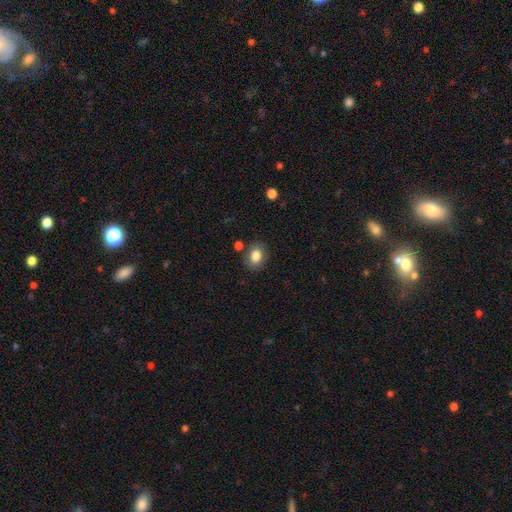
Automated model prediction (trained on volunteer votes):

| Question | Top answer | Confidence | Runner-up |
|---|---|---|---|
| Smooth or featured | smooth | 83% | featured or disk (9%) |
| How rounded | in between | 65% | round (34%) |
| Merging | none | 80% | minor disturbance (12%) |